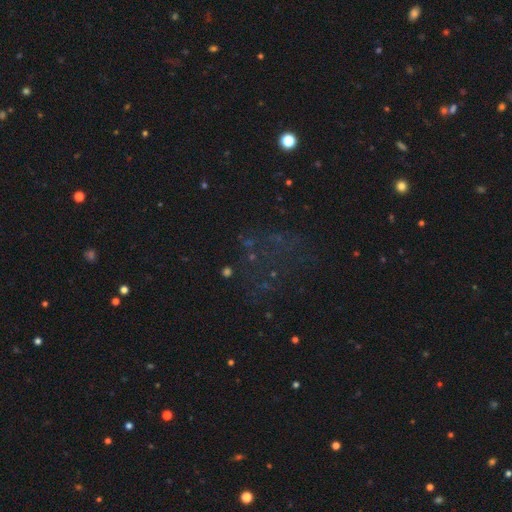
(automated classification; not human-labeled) The model was most divided on "smooth or featured": star or artifact: 56%, smooth: 23%, featured or disk: 22%.